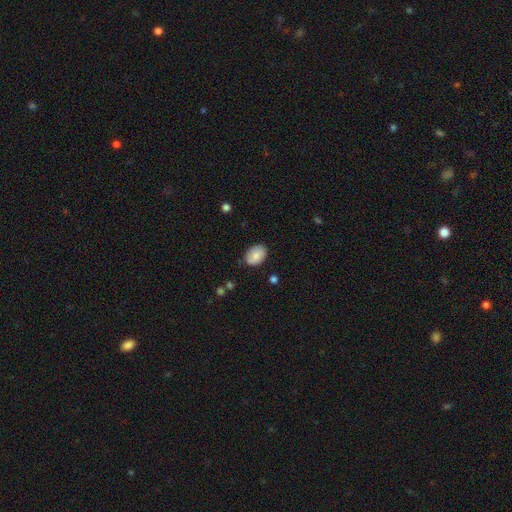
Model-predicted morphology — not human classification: smooth-or-featured: smooth: 81% | featured or disk: 12% | star or artifact: 7%
  how-rounded: in between: 82% | round: 17% | cigar-shaped: 1%
  merging: none: 79% | minor disturbance: 17% | major disturbance: 3% | merger: 1%